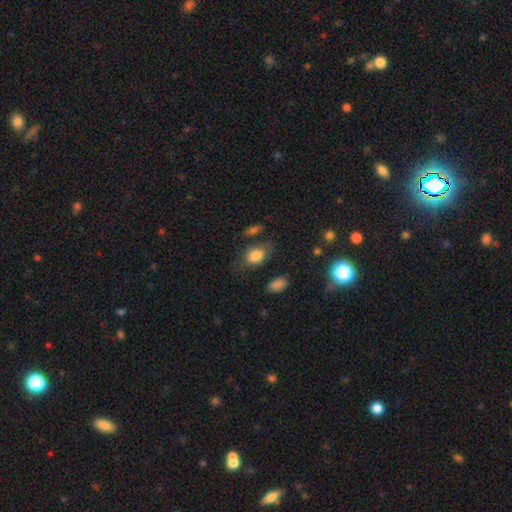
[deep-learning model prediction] Smooth or featured: smooth — 80% (featured or disk — 11%)
How rounded: in between — 80% (round — 19%)
Merging: none — 60% (minor disturbance — 23%)